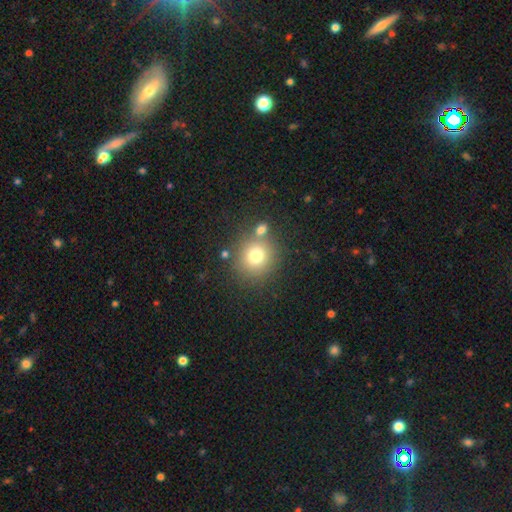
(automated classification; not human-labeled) smooth-or-featured: smooth: 75% | star or artifact: 14% | featured or disk: 11%
  how-rounded: round: 89% | in between: 10% | cigar-shaped: 1%
  merging: none: 73% | merger: 14% | minor disturbance: 9% | major disturbance: 4%